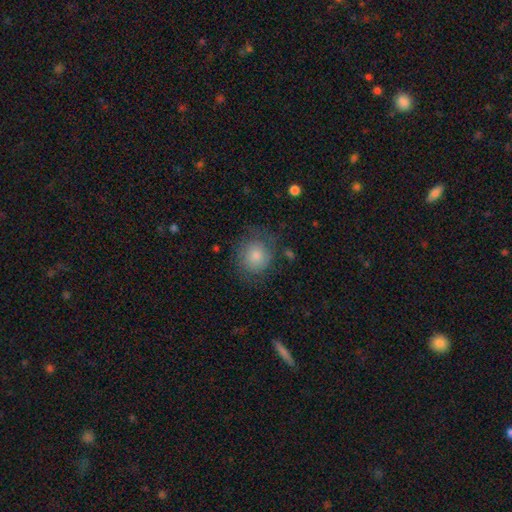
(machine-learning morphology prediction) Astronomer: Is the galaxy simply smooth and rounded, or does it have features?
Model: smooth — 70%.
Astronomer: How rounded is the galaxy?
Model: round — 84%.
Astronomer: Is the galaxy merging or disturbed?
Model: none — 70%.